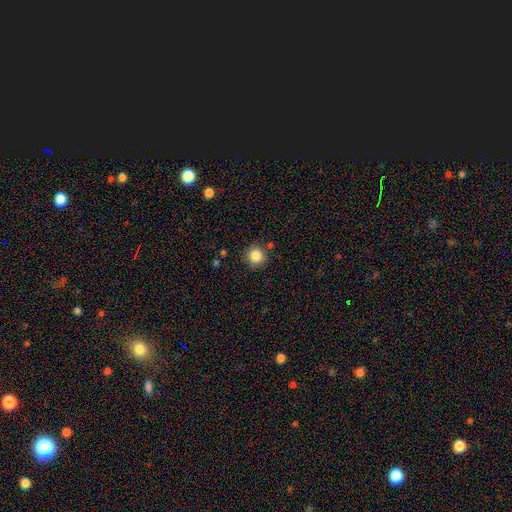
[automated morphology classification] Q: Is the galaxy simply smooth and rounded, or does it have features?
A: smooth — 85%.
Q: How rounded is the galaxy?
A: round — 93%.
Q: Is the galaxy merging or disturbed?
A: none — 85%.